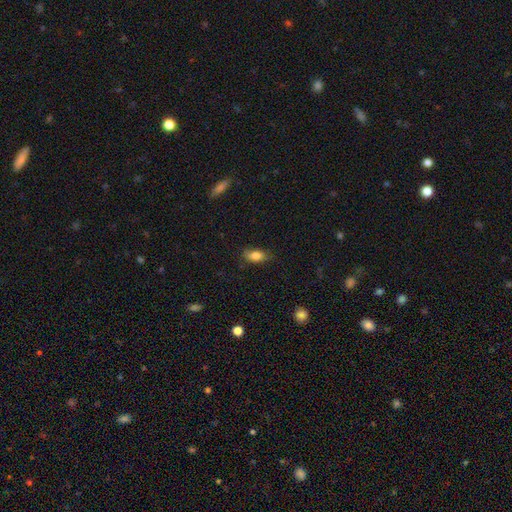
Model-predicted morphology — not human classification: This is clearly a smooth galaxy (82%). How rounded: clearly in between (84%). Merging: likely none (76%).